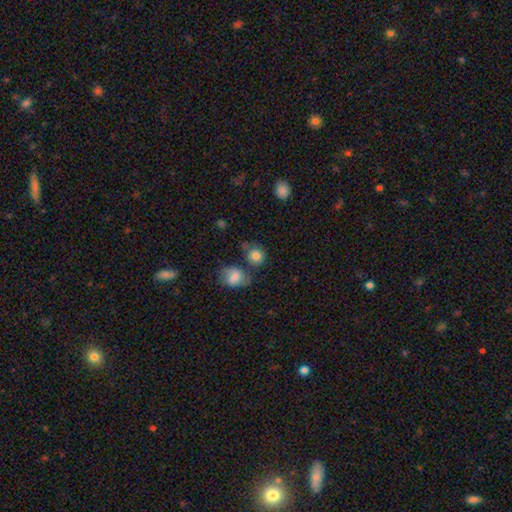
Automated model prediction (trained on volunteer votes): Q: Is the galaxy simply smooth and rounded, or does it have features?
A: smooth — 82%.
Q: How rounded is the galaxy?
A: round — 75%.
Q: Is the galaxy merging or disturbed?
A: none — 52%.